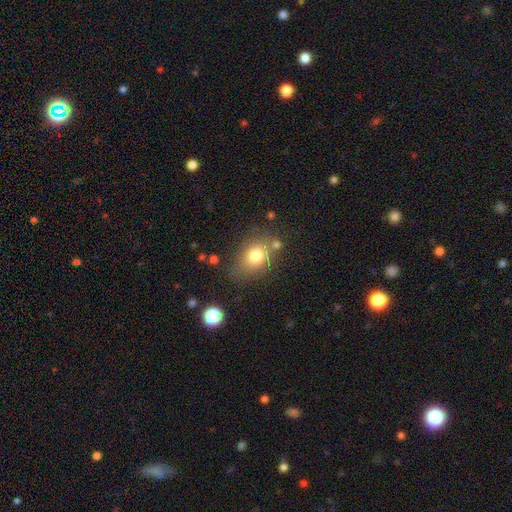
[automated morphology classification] This is likely a smooth galaxy (77%). How rounded: likely in between (63%). Merging: likely none (65%).